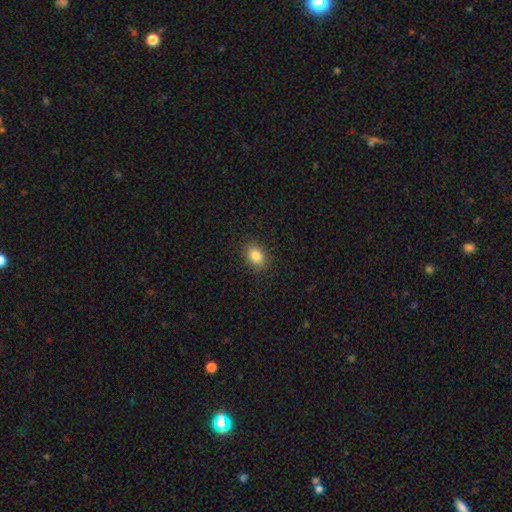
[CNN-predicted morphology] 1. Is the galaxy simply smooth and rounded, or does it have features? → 84% smooth, 9% star or artifact, 7% featured or disk.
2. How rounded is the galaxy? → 79% in between, 20% round, 1% cigar-shaped.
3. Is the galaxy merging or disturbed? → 87% none, 9% minor disturbance, 3% major disturbance, 1% merger.